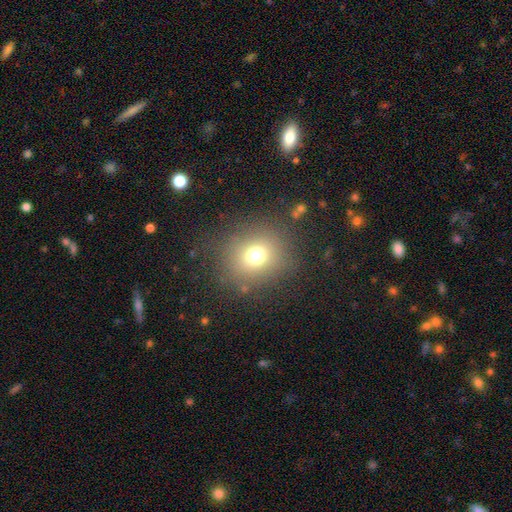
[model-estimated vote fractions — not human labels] Morphology: type=smooth (71%); roundness=round (84%); merging=none (83%).